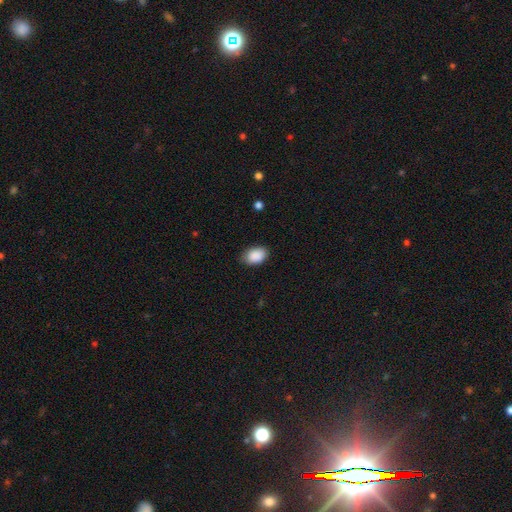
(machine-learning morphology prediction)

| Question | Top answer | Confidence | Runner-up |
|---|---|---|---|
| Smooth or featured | smooth | 90% | star or artifact (7%) |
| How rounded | in between | 89% | round (10%) |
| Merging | none | 81% | minor disturbance (16%) |